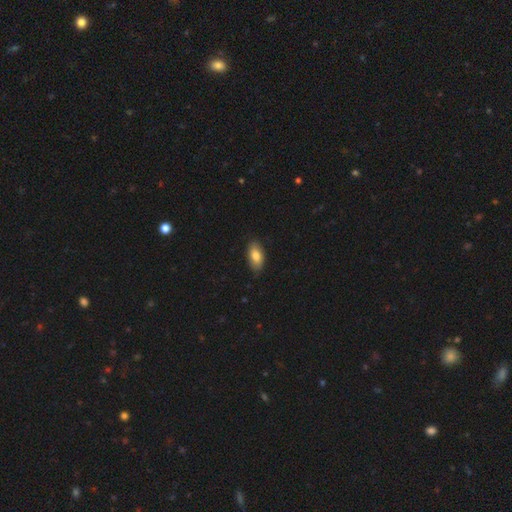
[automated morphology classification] Q: Smooth or featured?
A: smooth (82%); runner-up: featured or disk (12%)
Q: How rounded?
A: in between (92%); runner-up: cigar-shaped (4%)
Q: Merging?
A: none (85%); runner-up: minor disturbance (12%)